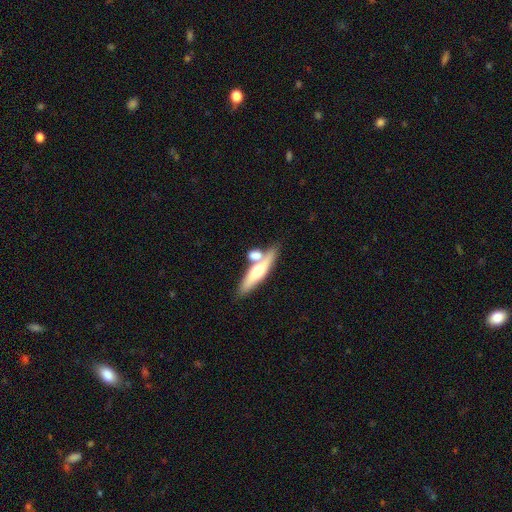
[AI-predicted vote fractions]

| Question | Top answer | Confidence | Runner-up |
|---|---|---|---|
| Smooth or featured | smooth | 50% | featured or disk (44%) |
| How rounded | cigar-shaped | 54% | in between (37%) |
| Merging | none | 45% | merger (40%) |